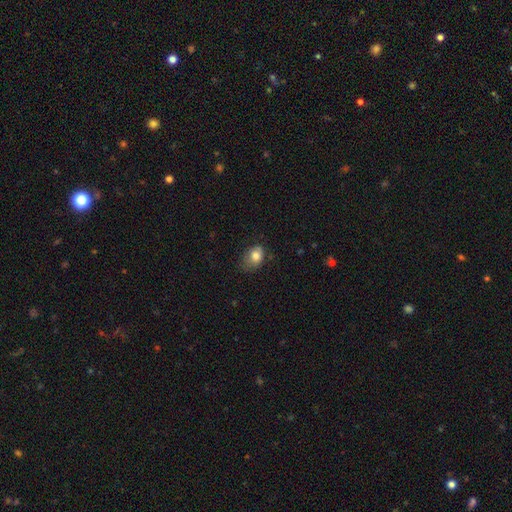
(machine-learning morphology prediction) smooth-or-featured: smooth: 79% | featured or disk: 12% | star or artifact: 8%
  how-rounded: in between: 73% | round: 26% | cigar-shaped: 1%
  merging: none: 43% | minor disturbance: 38% | major disturbance: 17% | merger: 2%